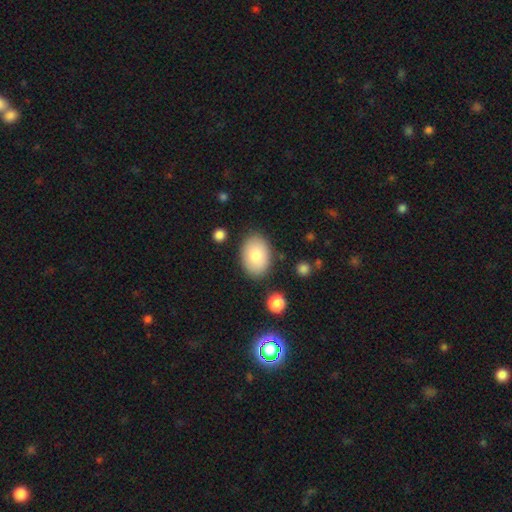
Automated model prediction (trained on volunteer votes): A smooth galaxy with no disk features (81%) that is in between round and cigar-shaped (84%). Merging: none (83%).